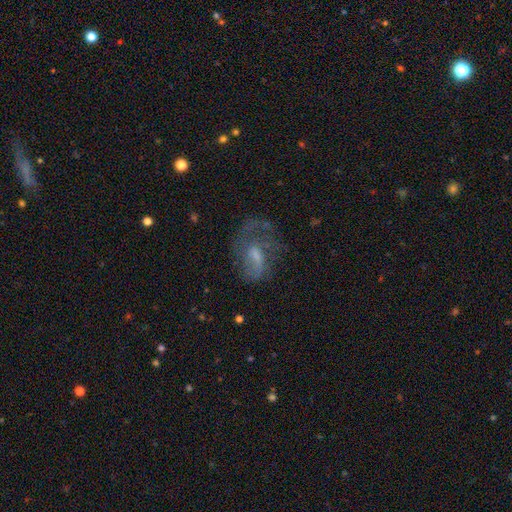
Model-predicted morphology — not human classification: Smooth or featured?
  - featured or disk: 64% *
  - smooth: 24%
  - star or artifact: 12%
Edge-on disk?
  - no: 95% *
  - yes: 5%
Bar?
  - weak: 46% *
  - no: 42%
  - strong: 12%
Spiral arms?
  - yes: 74% *
  - no: 26%
Bulge size?
  - moderate: 37% *
  - small: 36%
  - none: 19%
  - large: 6%
  - dominant: 1%
Merging?
  - none: 44% *
  - major disturbance: 34%
  - minor disturbance: 20%
  - merger: 3%